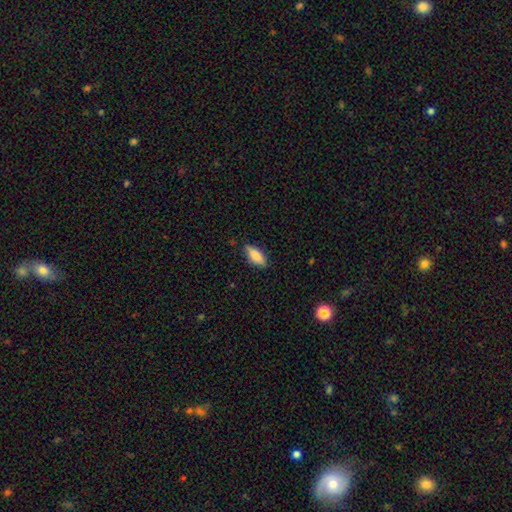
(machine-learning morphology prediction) smooth-or-featured: smooth: 81% | featured or disk: 13% | star or artifact: 6%
  how-rounded: in between: 71% | cigar-shaped: 27% | round: 2%
  merging: none: 82% | minor disturbance: 15% | major disturbance: 3% | merger: 1%